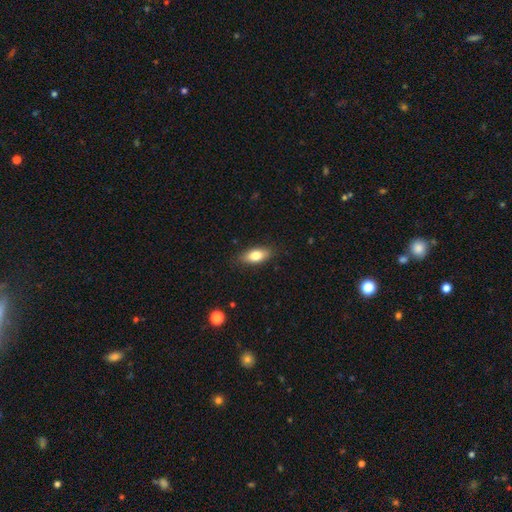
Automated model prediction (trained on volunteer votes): A smooth galaxy with no disk features (78%) that is in between round and cigar-shaped (84%). Merging: none (86%).